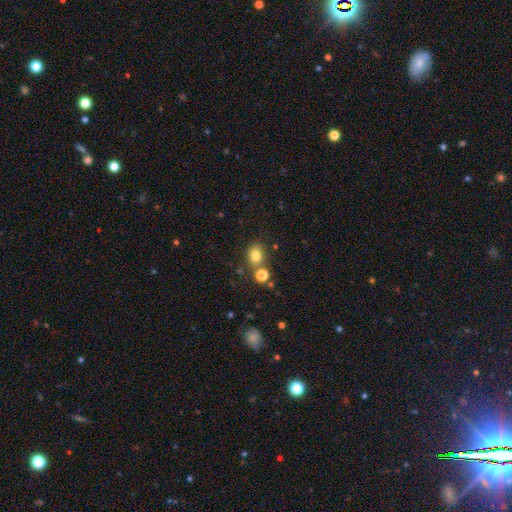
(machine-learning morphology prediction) smooth-or-featured: smooth: 80% | star or artifact: 13% | featured or disk: 8%
  how-rounded: round: 53% | in between: 45% | cigar-shaped: 1%
  merging: none: 67% | merger: 17% | minor disturbance: 13% | major disturbance: 4%